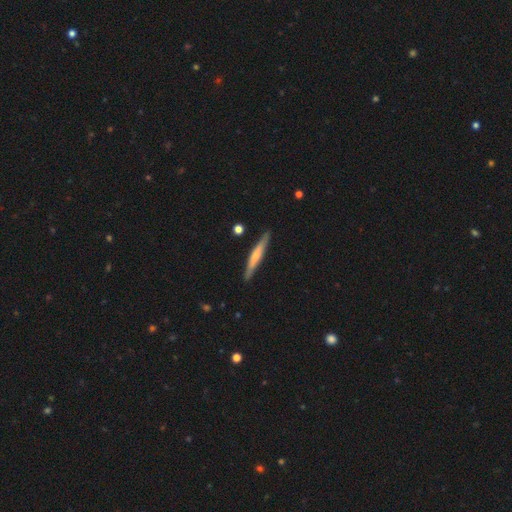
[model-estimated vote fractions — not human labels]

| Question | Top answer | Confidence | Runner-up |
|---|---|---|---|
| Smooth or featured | featured or disk | 48% | smooth (47%) |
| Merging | none | 89% | minor disturbance (8%) |